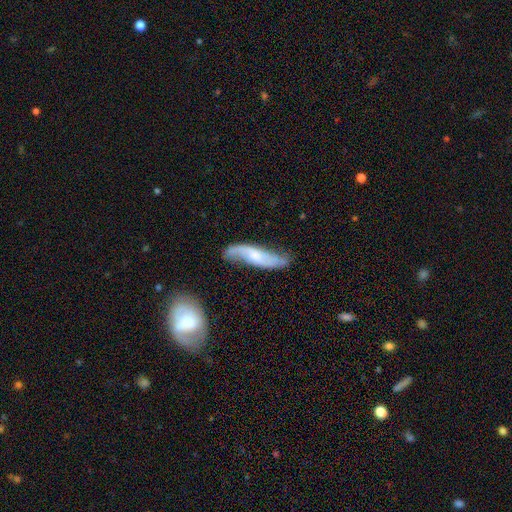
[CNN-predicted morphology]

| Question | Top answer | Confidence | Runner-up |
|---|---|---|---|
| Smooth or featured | featured or disk | 65% | smooth (29%) |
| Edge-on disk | no | 79% | yes (21%) |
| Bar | no | 50% | weak (38%) |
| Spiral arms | yes | 92% | no (8%) |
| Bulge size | small | 42% | moderate (34%) |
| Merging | none | 63% | minor disturbance (25%) |